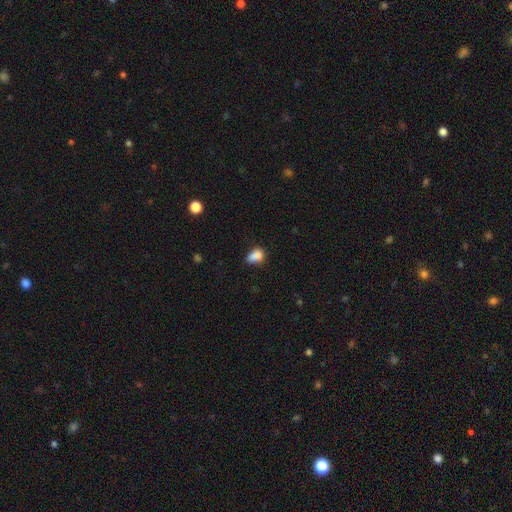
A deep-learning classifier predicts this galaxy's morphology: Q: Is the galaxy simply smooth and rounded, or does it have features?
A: smooth — 86%.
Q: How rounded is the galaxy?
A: in between — 81%.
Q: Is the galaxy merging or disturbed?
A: none — 56%.